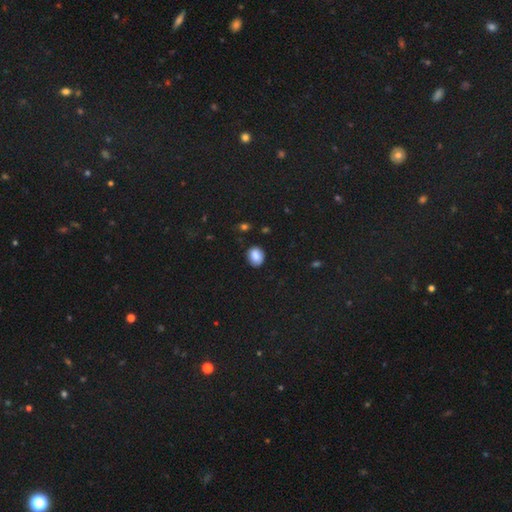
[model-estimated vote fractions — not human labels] smooth 86%, star or artifact 9%, featured or disk 5%. Down the decision tree: how rounded — round (55%); merging — none (84%).